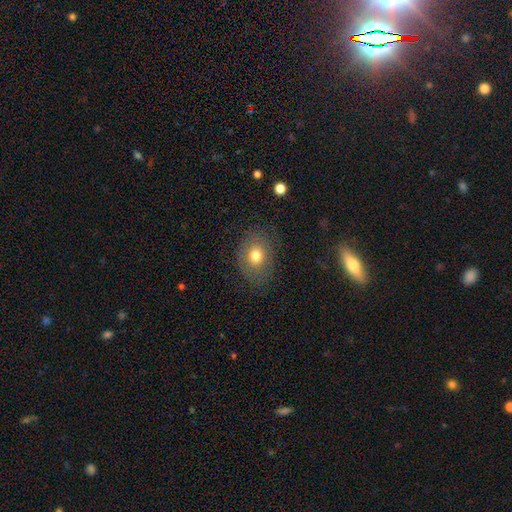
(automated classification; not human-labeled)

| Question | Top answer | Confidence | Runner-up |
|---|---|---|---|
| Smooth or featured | smooth | 73% | featured or disk (16%) |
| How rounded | in between | 56% | round (43%) |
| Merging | none | 80% | minor disturbance (13%) |